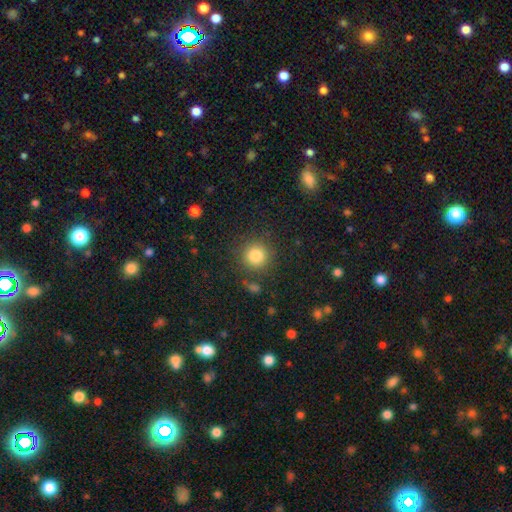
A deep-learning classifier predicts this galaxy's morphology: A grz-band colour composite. It shows a smooth galaxy with no disk features (83%) that is round (94%). Merging: none (86%).